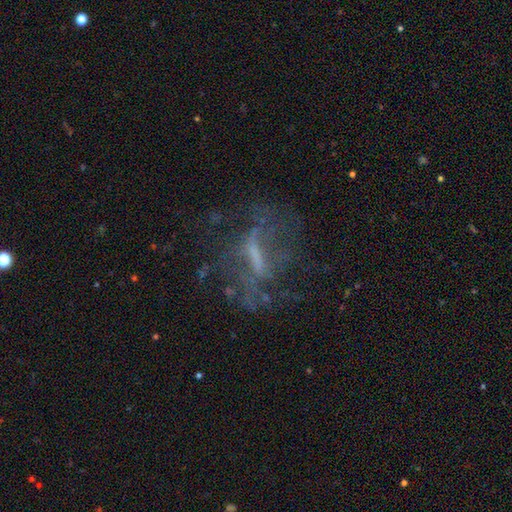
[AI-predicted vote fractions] Smooth or featured? featured or disk (63%)
Edge-on disk? no (82%)
Bar? strong (46%)
Spiral arms? no (62%)
Bulge size? none (45%)
Merging? none (52%)